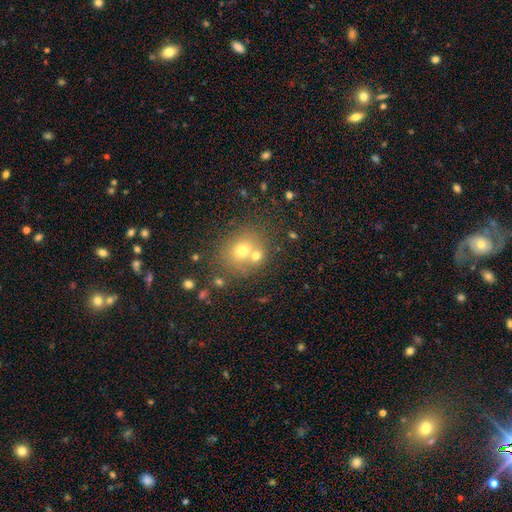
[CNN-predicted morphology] This is likely a smooth galaxy (66%). How rounded: likely round (69%). Merging: possibly none (51%).